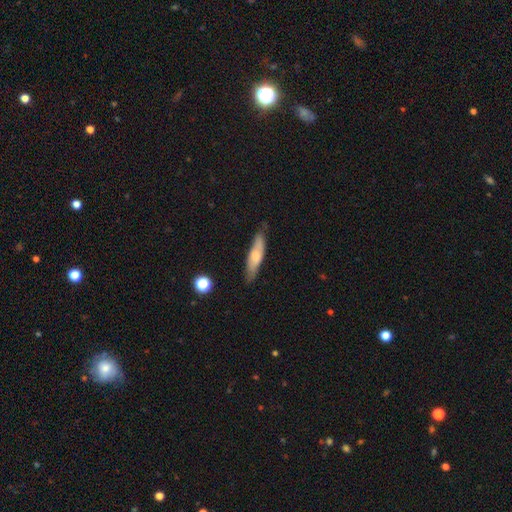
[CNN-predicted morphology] The model was most divided on "smooth or featured": smooth: 58%, featured or disk: 36%, star or artifact: 6%. More confident: merging — none (78%); how rounded — cigar-shaped (76%).